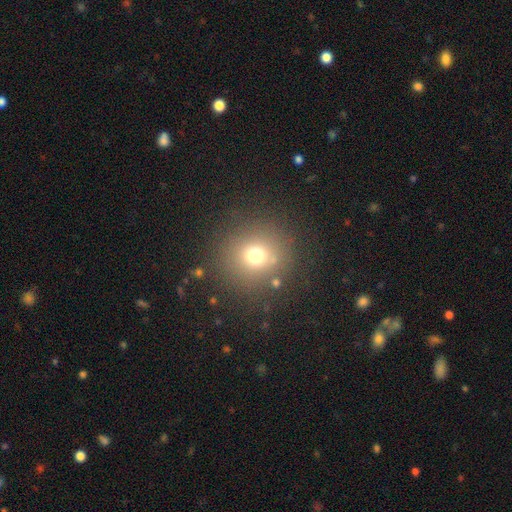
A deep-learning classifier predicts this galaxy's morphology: smooth 70%, star or artifact 18%, featured or disk 11%. Down the decision tree: how rounded — round (90%); merging — none (83%).